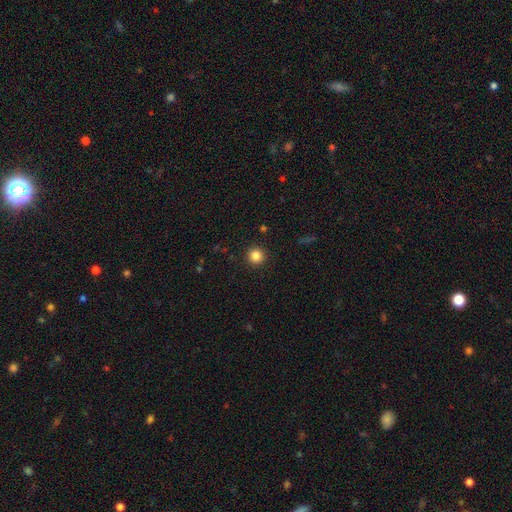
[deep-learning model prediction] A smooth galaxy with no disk features (84%) that is round (95%). Merging: none (92%).